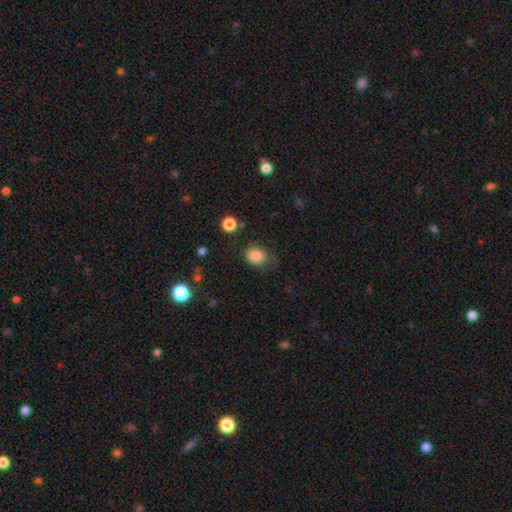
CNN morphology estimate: Smooth or featured?
  - smooth: 82% *
  - star or artifact: 10%
  - featured or disk: 7%
How rounded?
  - round: 62% *
  - in between: 38%
  - cigar-shaped: 1%
Merging?
  - none: 61% *
  - minor disturbance: 26%
  - major disturbance: 10%
  - merger: 3%